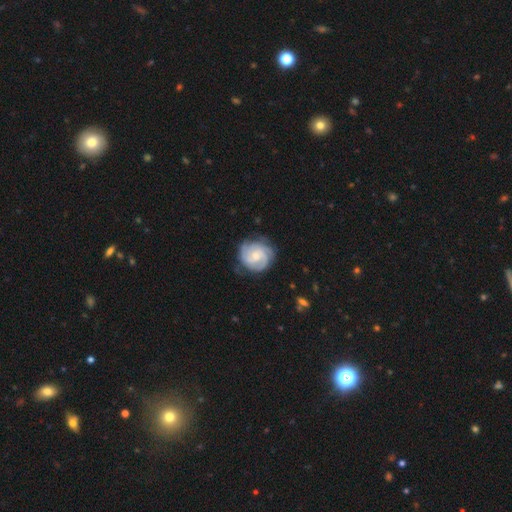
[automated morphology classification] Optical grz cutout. It shows a featured or disk galaxy (82%) with no bar (63%), 3 (35%) tight (64%) spiral arms (97%) and a small central bulge (51%). Merging: none (77%).